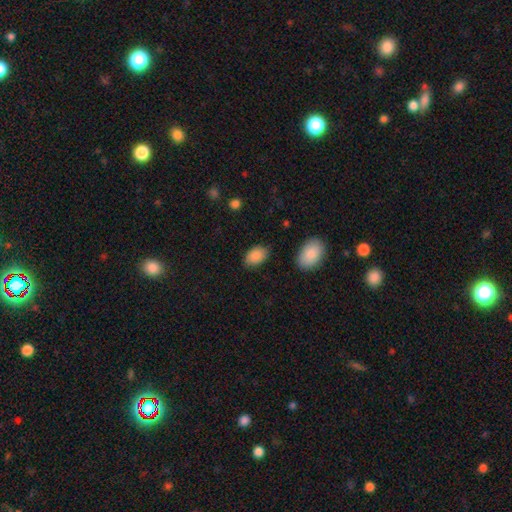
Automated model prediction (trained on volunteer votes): The model was most divided on "merging": none: 83%, minor disturbance: 12%, major disturbance: 3%, merger: 2%. More confident: how rounded — in between (89%); smooth or featured — smooth (89%).